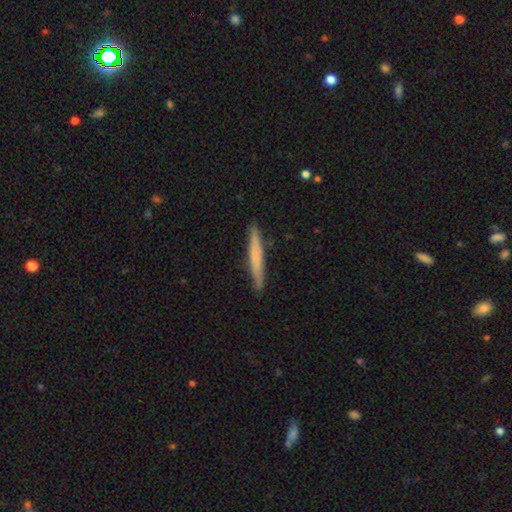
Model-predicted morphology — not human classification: smooth_or_featured: smooth (p=0.61) [alt: featured or disk p=0.34]
how_rounded: cigar-shaped (p=0.96) [alt: in between p=0.02]
merging: none (p=0.89) [alt: minor disturbance p=0.08]